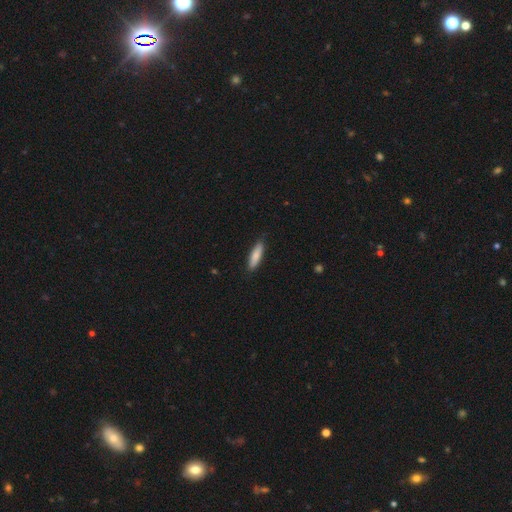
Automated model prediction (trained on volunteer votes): Smooth or featured: smooth — 83% (featured or disk — 11%)
How rounded: cigar-shaped — 69% (in between — 30%)
Merging: none — 86% (minor disturbance — 11%)